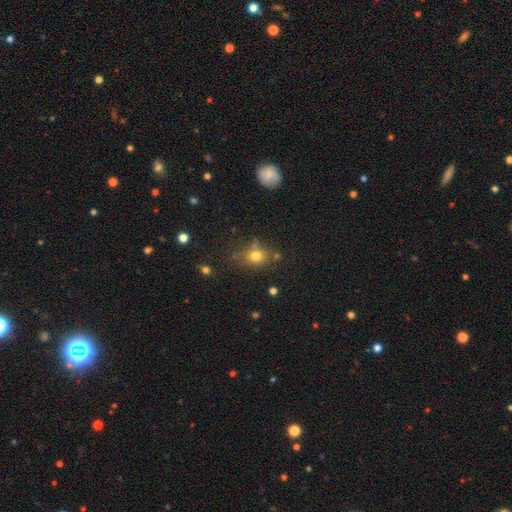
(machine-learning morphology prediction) Smooth or featured? smooth (73%)
How rounded? round (61%)
Merging? none (70%)